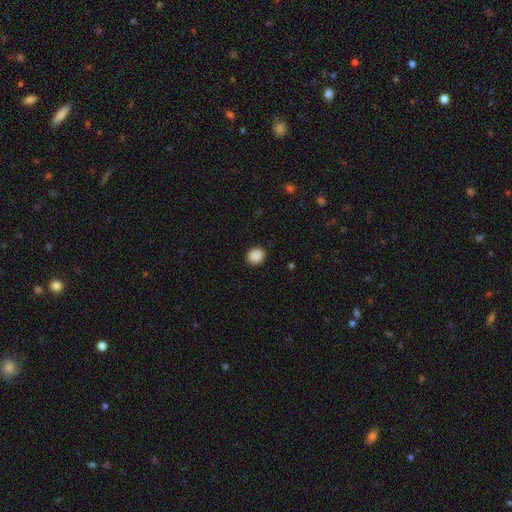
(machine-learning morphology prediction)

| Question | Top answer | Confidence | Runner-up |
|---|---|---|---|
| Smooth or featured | smooth | 89% | star or artifact (8%) |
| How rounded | round | 68% | in between (31%) |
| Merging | none | 90% | minor disturbance (7%) |